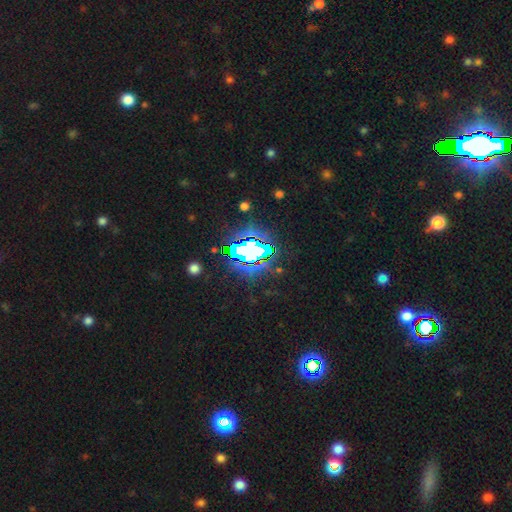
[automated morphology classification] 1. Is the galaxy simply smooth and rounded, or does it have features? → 74% star or artifact, 15% smooth, 11% featured or disk.